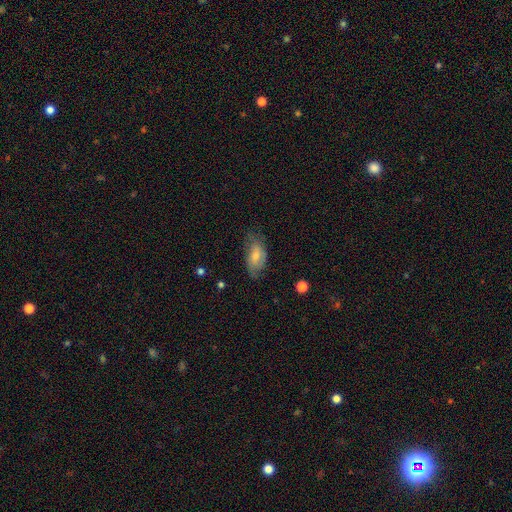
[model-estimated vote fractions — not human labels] Q: Smooth or featured?
A: smooth (49%); runner-up: featured or disk (42%)
Q: Merging?
A: none (66%); runner-up: minor disturbance (25%)